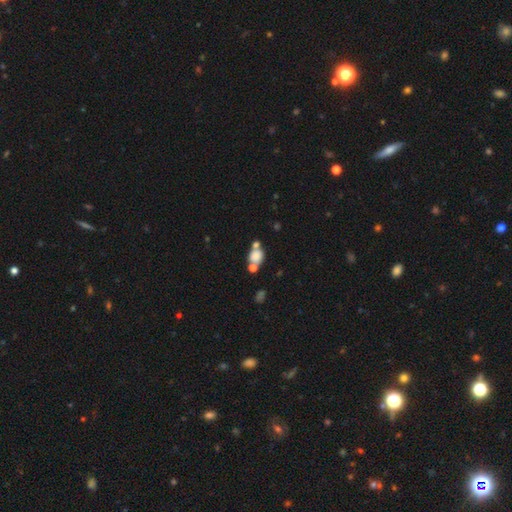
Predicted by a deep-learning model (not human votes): A smooth galaxy with no disk features (76%) that is round (49%, tied with in between).

Vote fractions:
- Smooth or featured? smooth: 76% / featured or disk: 13% / star or artifact: 11%
- How rounded? round: 49% (tied) / in between: 49% (tied) / cigar-shaped: 2%
- Merging? merger: 43% / none: 39% / minor disturbance: 12% / major disturbance: 6%